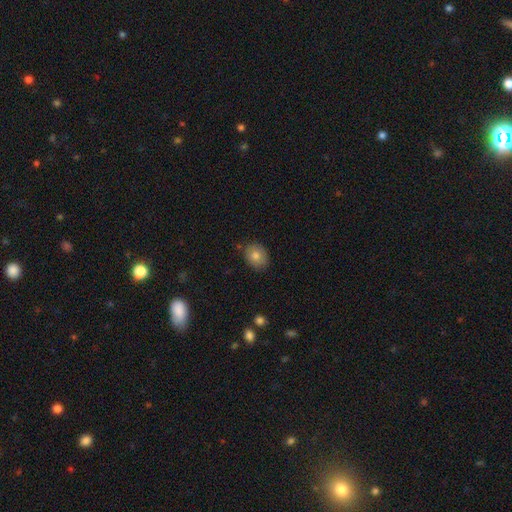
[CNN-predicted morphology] Q: Smooth or featured?
A: smooth (80%); runner-up: featured or disk (11%)
Q: How rounded?
A: round (56%); runner-up: in between (43%)
Q: Merging?
A: none (84%); runner-up: minor disturbance (12%)